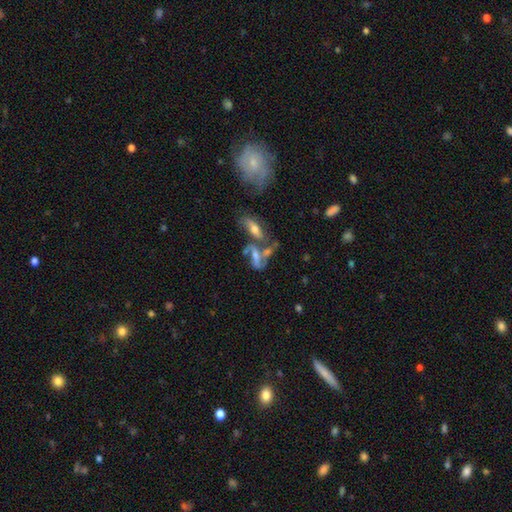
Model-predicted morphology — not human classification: Smooth or featured?
  - featured or disk: 56% *
  - smooth: 32%
  - star or artifact: 12%
Edge-on disk?
  - no: 85% *
  - yes: 15%
Merging?
  - merger: 51% *
  - none: 23%
  - major disturbance: 14%
  - minor disturbance: 12%